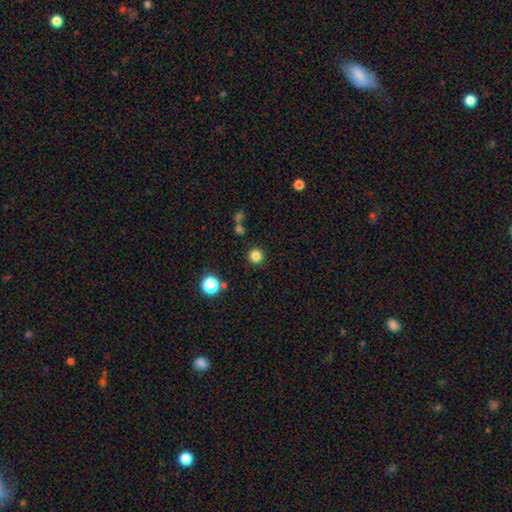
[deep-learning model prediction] Smooth or featured? Predicted: smooth (p=0.83). How rounded? Predicted: round (p=0.95). Merging? Predicted: none (p=0.90).